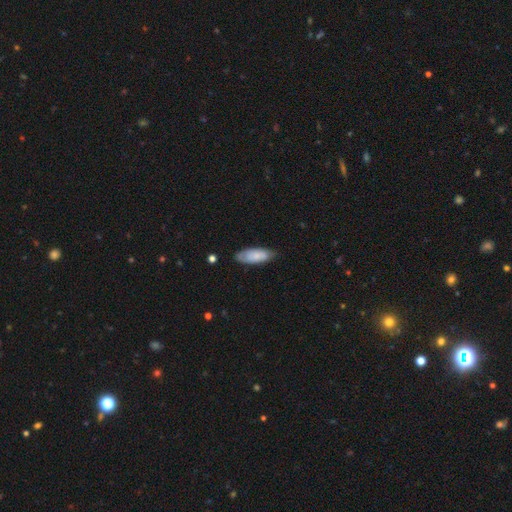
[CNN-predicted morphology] smooth_or_featured: smooth (p=0.74) [alt: featured or disk p=0.19]
how_rounded: in between (p=0.77) [alt: cigar-shaped p=0.21]
merging: none (p=0.72) [alt: minor disturbance p=0.23]